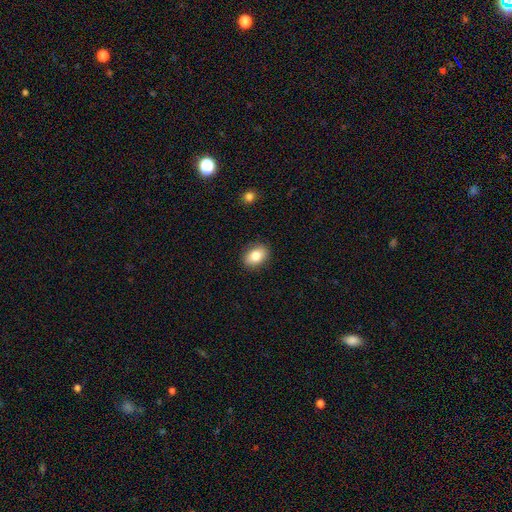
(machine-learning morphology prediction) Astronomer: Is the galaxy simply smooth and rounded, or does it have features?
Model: smooth — 83%.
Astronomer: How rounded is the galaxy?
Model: in between — 75%.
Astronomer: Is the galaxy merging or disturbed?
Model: none — 88%.